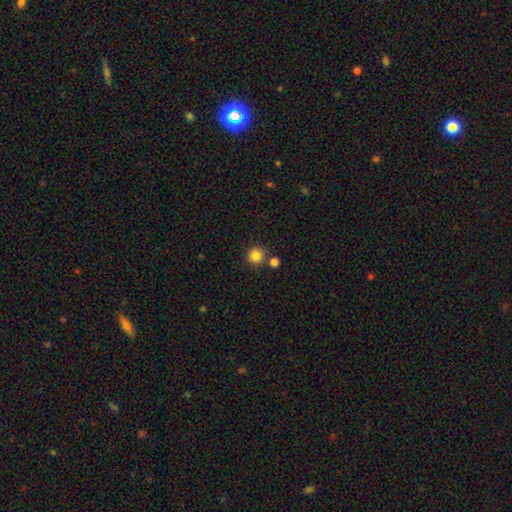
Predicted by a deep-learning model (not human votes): Smooth or featured? Predicted: smooth (p=0.85). How rounded? Predicted: round (p=0.94). Merging? Predicted: none (p=0.80).